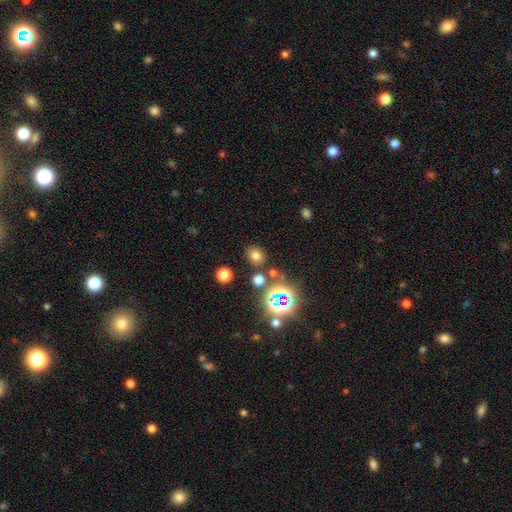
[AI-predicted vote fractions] Smooth or featured? Predicted: smooth (p=0.67). How rounded? Predicted: round (p=0.66). Merging? Predicted: none (p=0.81).